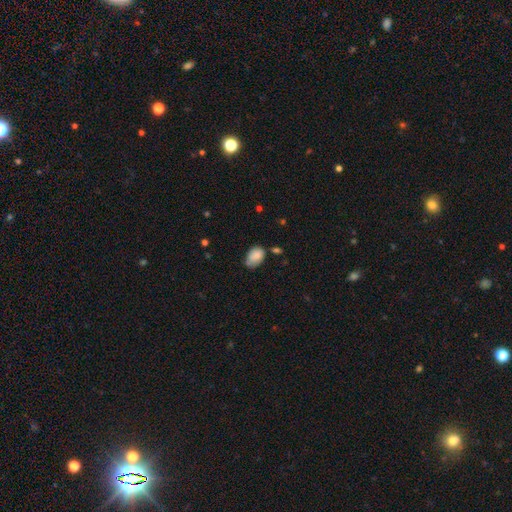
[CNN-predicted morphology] A smooth galaxy with no disk features (82%) that is in between round and cigar-shaped (82%). Merging: none (49%).